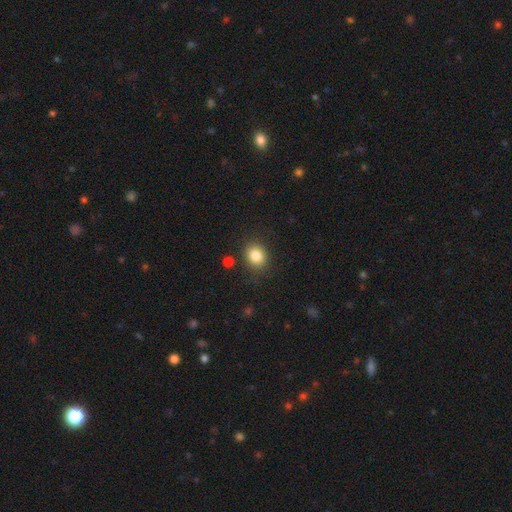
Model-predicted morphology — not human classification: This appears to be a smooth galaxy with no disk features (84%) that is round (61%). Merging: none (85%).